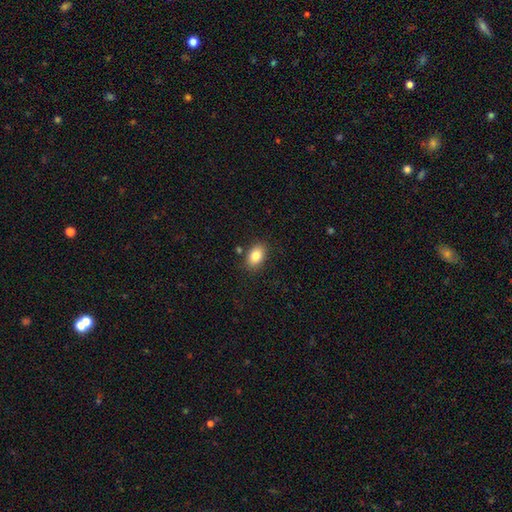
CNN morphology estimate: Q: Smooth or featured?
A: smooth (83%); runner-up: featured or disk (9%)
Q: How rounded?
A: in between (84%); runner-up: round (15%)
Q: Merging?
A: none (83%); runner-up: minor disturbance (11%)